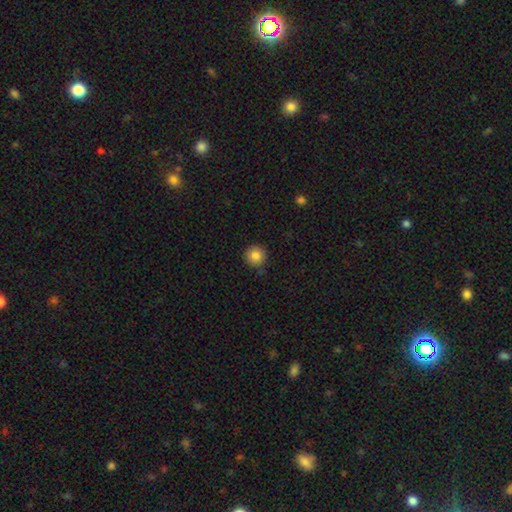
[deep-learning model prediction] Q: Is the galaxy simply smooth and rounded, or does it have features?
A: smooth — 83%.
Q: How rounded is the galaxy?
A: round — 95%.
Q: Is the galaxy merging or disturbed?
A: none — 84%.